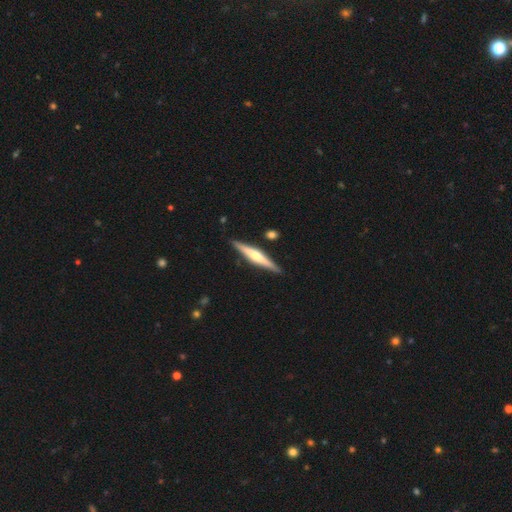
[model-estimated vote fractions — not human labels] Smooth or featured?
  - featured or disk: 70% *
  - smooth: 25%
  - star or artifact: 5%
Edge-on disk?
  - yes: 98% *
  - no: 2%
Edge-on bulge?
  - rounded: 84% *
  - boxy: 8%
  - none: 8%
Merging?
  - none: 89% *
  - minor disturbance: 7%
  - merger: 2%
  - major disturbance: 2%